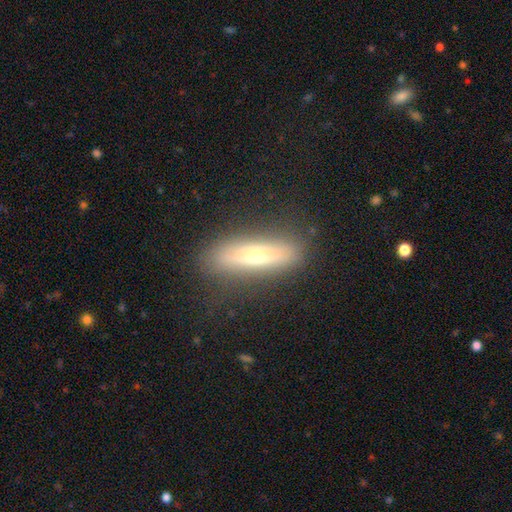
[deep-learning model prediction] Smooth or featured: smooth — 47% (featured or disk — 45%)
Merging: none — 82% (minor disturbance — 12%)